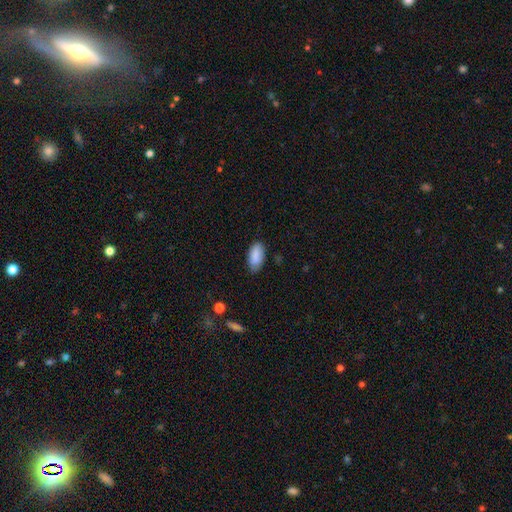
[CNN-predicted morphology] This appears to be a smooth galaxy with no disk features (88%) that is in between round and cigar-shaped (93%). Merging: none (78%).